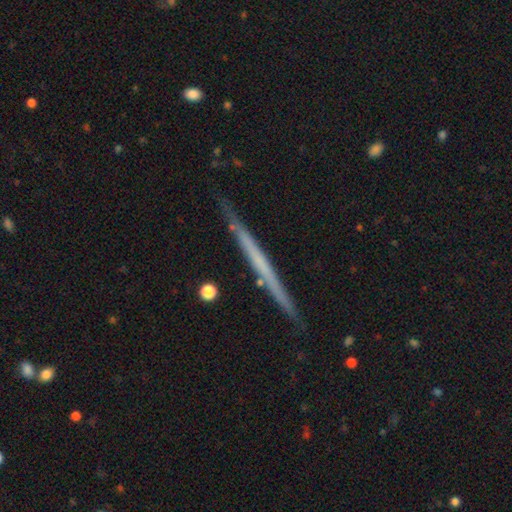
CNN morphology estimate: Overall: featured or disk (63%; smooth 30%). Edge-on disk: yes (97%). Edge-on bulge: none (86%). Merging: none (89%).